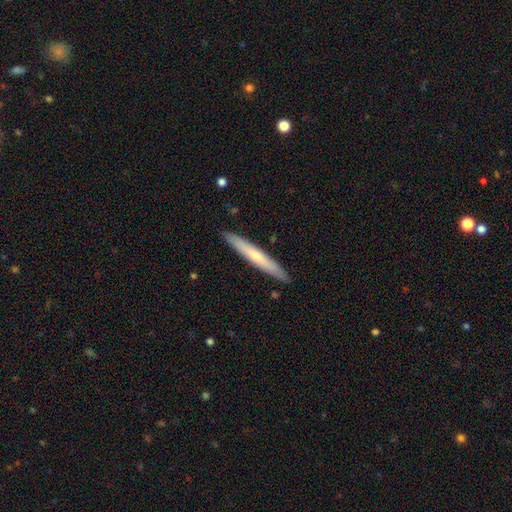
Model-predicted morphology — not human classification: A smooth galaxy with no disk features (54%) that is cigar-shaped (95%). Merging: none (91%).